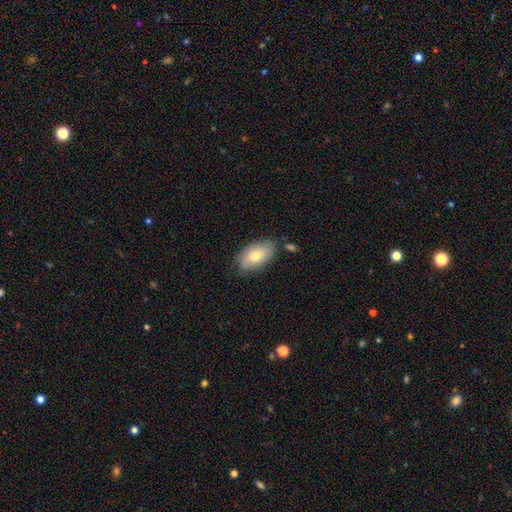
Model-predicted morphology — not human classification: smooth 75%, featured or disk 19%, star or artifact 6%. Down the decision tree: how rounded — in between (94%); merging — none (74%).